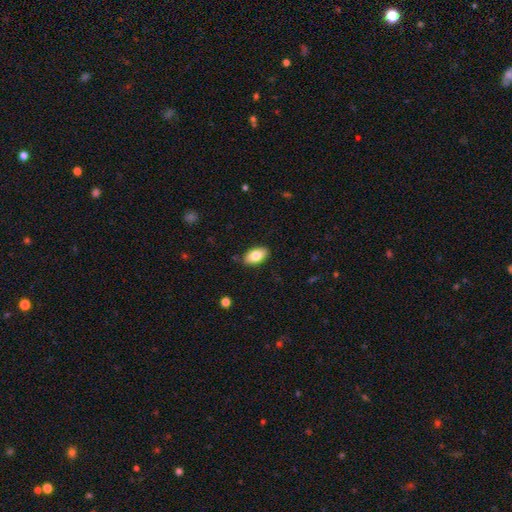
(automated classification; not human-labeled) smooth-or-featured: smooth: 80% | featured or disk: 14% | star or artifact: 7%
  how-rounded: in between: 93% | round: 4% | cigar-shaped: 3%
  merging: none: 86% | minor disturbance: 11% | major disturbance: 2% | merger: 1%